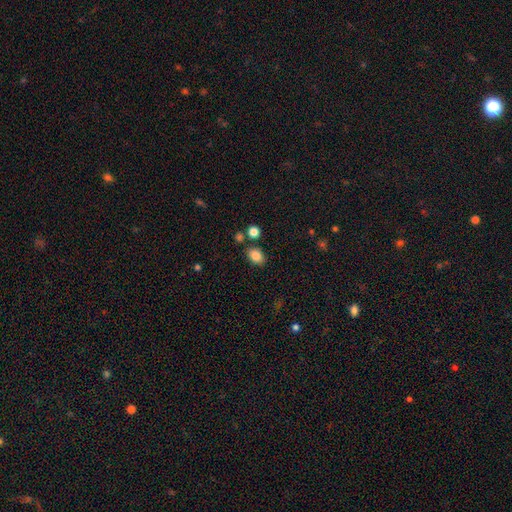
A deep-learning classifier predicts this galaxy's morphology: Smooth or featured: smooth — 84% (star or artifact — 10%)
How rounded: in between — 74% (round — 25%)
Merging: none — 79% (minor disturbance — 11%)